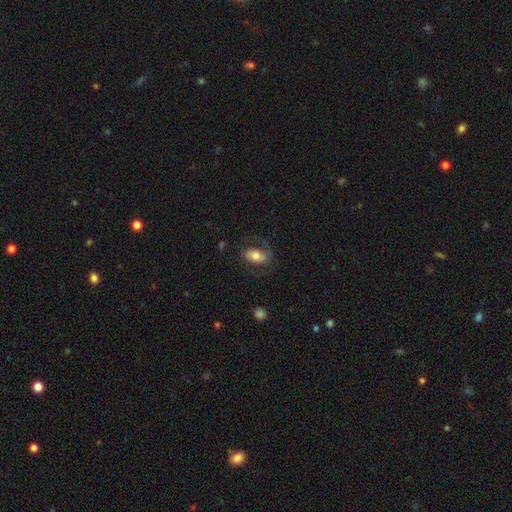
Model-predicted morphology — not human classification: This is possibly a smooth galaxy (49%). Merging: likely none (63%).